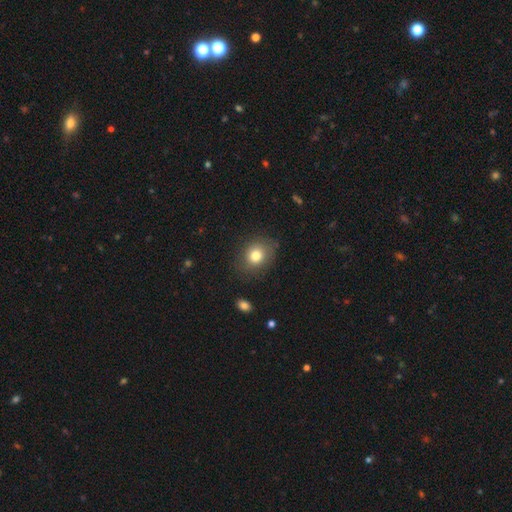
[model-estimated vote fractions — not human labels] smooth 79%, featured or disk 11%, star or artifact 10%. Down the decision tree: how rounded — round (57%); merging — none (79%).